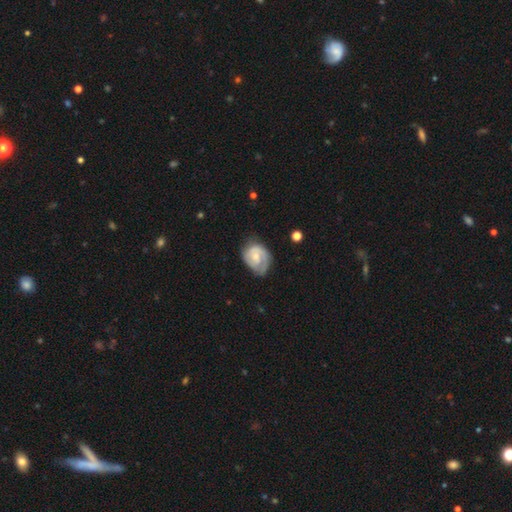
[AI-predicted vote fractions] A featured or disk galaxy (64%) with no bar (61%), 2 (42%) tight (53%) spiral arms (85%) and a small central bulge (49%).

Vote fractions:
- Smooth or featured? featured or disk: 64% / smooth: 30% / star or artifact: 6%
- Edge-on disk? no: 97% / yes: 3%
- Bar? no: 61% / weak: 34% / strong: 5%
- Spiral arms? yes: 85% / no: 15%
- Spiral winding? tight: 53% / medium: 34% / loose: 13%
- Spiral arm count? 2: 42% / 1: 31% / can't tell: 20% / 3: 5% / 4: 1% / more than 4: 1%
- Bulge size? small: 49% / moderate: 39% / none: 7% / large: 3% / dominant: 1%
- Merging? none: 53% / minor disturbance: 30% / major disturbance: 15% / merger: 2%